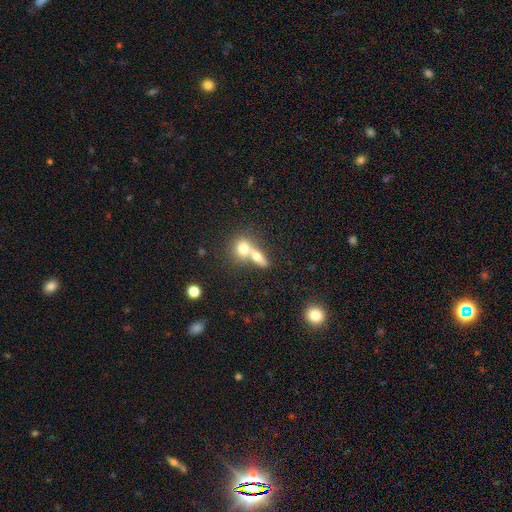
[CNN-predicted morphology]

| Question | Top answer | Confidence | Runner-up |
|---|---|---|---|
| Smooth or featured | smooth | 67% | featured or disk (22%) |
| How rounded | in between | 45% | round (44%) |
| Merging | merger | 63% | none (27%) |